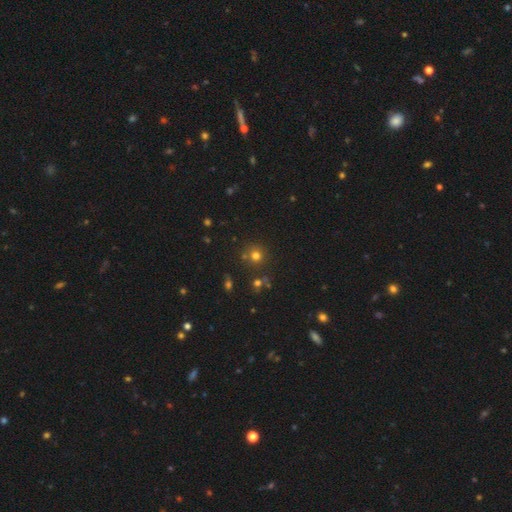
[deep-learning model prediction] Overall: smooth (70%). How rounded: round (92%). Merging: none (77%).